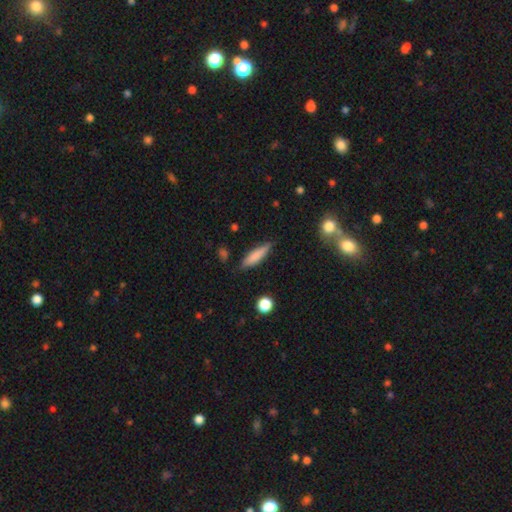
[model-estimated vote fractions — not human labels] The model was most divided on "how rounded": cigar-shaped: 73%, in between: 25%, round: 2%. More confident: merging — none (80%); smooth or featured — smooth (74%).